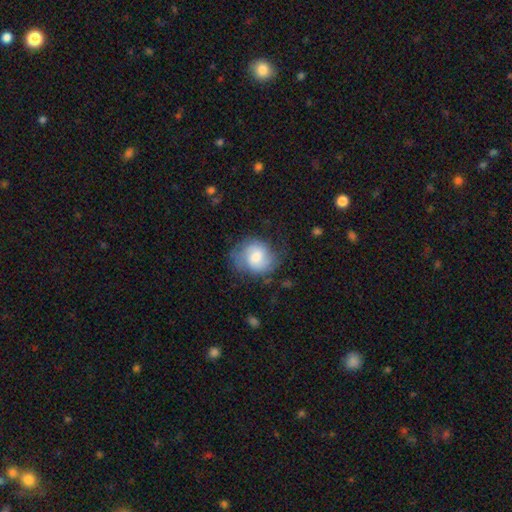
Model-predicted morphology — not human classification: Smooth or featured? Predicted: featured or disk (p=0.48). Merging? Predicted: none (p=0.62).